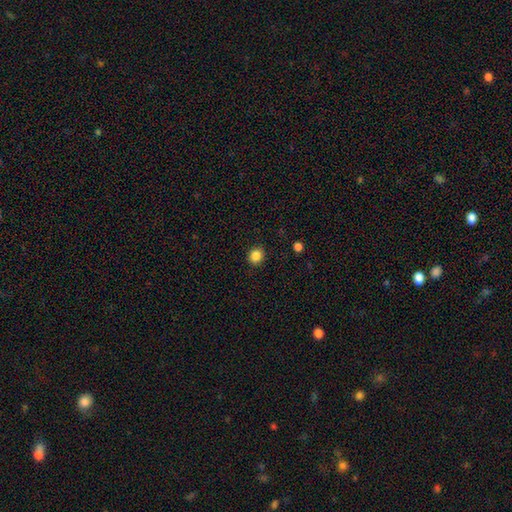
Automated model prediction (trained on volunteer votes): smooth_or_featured: smooth (p=0.86) [alt: star or artifact p=0.11]
how_rounded: round (p=0.82) [alt: in between p=0.17]
merging: none (p=0.91) [alt: minor disturbance p=0.06]